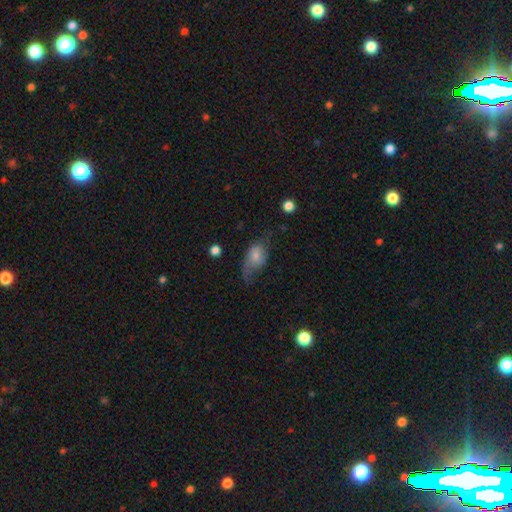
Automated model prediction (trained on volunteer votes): A smooth galaxy with no disk features (47%).

Vote fractions:
- Smooth or featured? smooth: 47% / featured or disk: 45% / star or artifact: 8%
- Merging? none: 41% / minor disturbance: 29% / major disturbance: 27% / merger: 2%